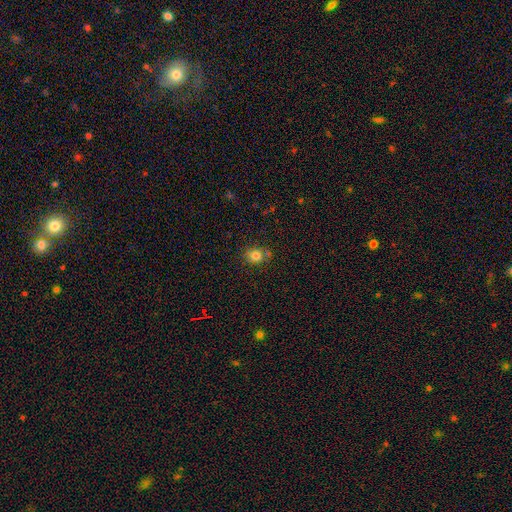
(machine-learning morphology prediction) Smooth or featured: smooth — 80% (star or artifact — 12%)
How rounded: round — 74% (in between — 25%)
Merging: none — 72% (minor disturbance — 15%)